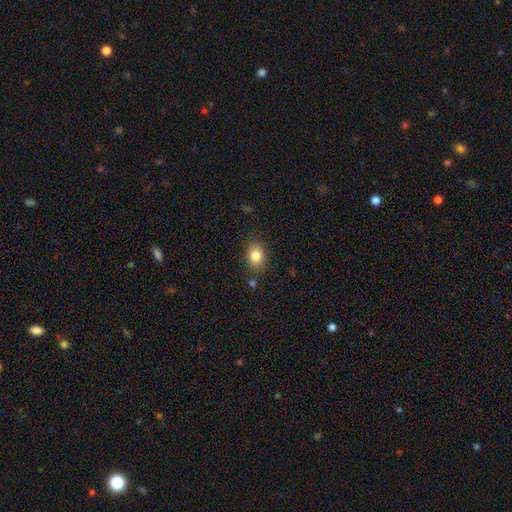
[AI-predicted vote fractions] Smooth or featured: smooth — 83% (star or artifact — 9%)
How rounded: in between — 68% (round — 31%)
Merging: none — 82% (minor disturbance — 12%)